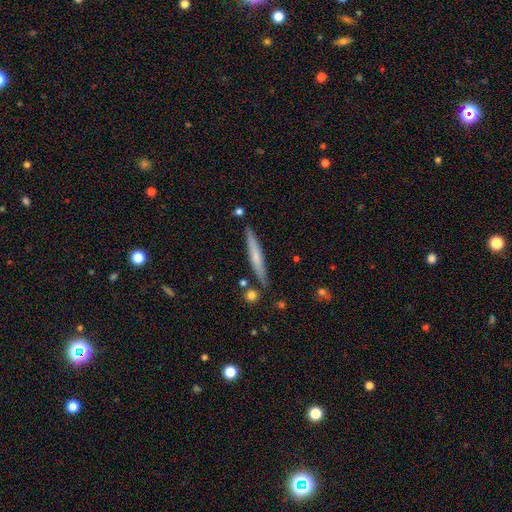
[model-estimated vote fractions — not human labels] The model was most divided on "smooth or featured": smooth: 53%, featured or disk: 41%, star or artifact: 6%. More confident: how rounded — cigar-shaped (95%); merging — none (87%).